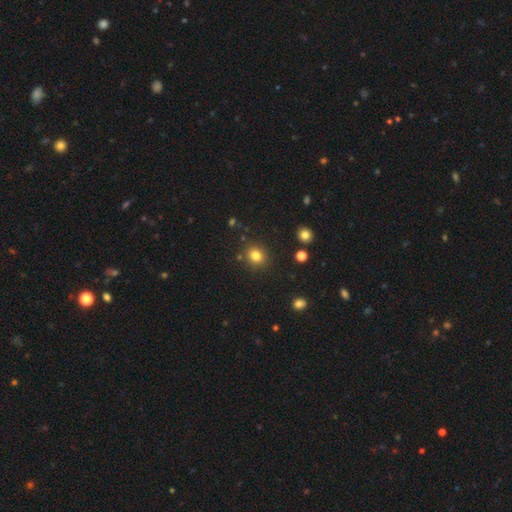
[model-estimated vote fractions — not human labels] Morphology: type=smooth (81%); roundness=round (76%); merging=none (85%).